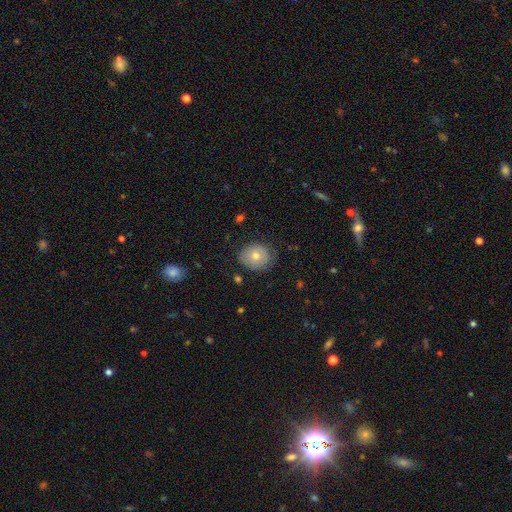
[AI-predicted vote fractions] A smooth galaxy with no disk features (70%) that is round (61%). Merging: none (71%).